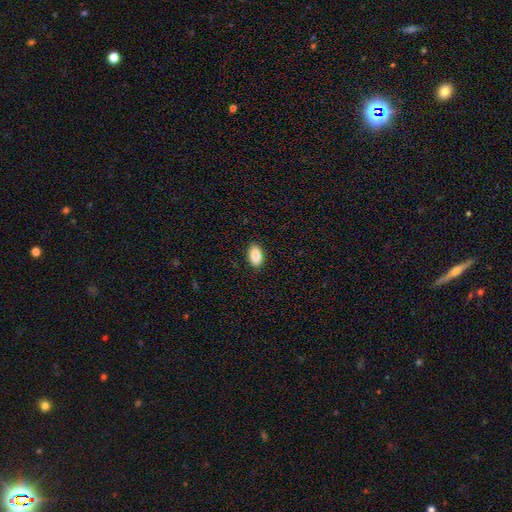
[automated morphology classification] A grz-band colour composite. It shows a smooth galaxy with no disk features (88%) that is in between round and cigar-shaped (93%). Merging: none (90%).